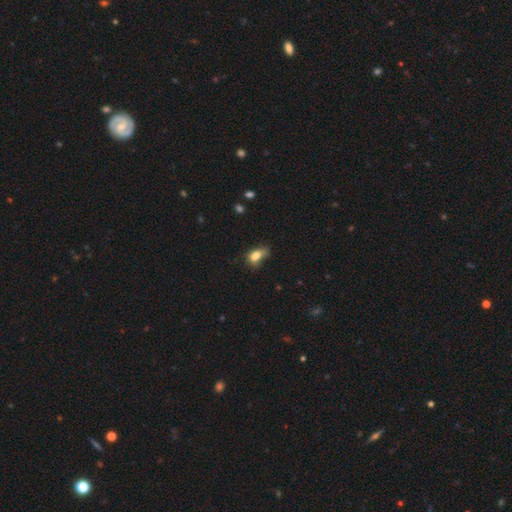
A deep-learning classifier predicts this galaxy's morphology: A smooth galaxy with no disk features (77%) that is in between round and cigar-shaped (82%). Merging: minor disturbance (33%).